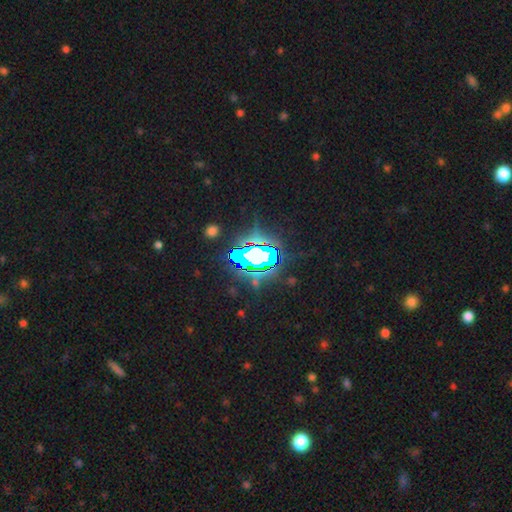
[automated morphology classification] type=star or artifact (71%).